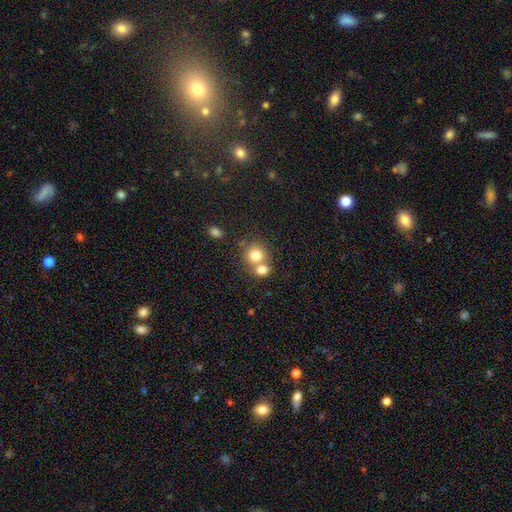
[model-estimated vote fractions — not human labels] A smooth galaxy with no disk features (77%) that is round (83%). Merging: merger (49%).